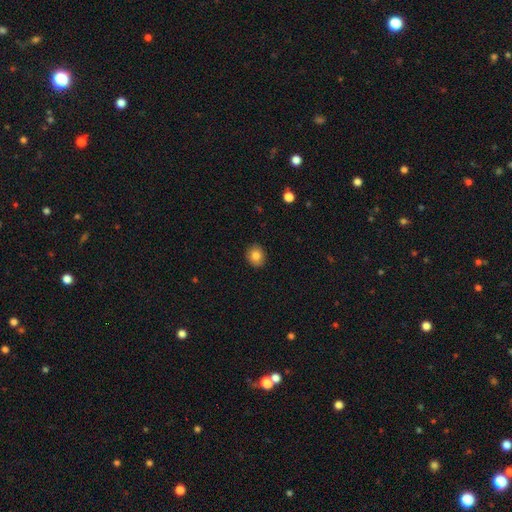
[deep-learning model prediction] Smooth or featured: smooth — 84% (star or artifact — 9%)
How rounded: round — 69% (in between — 30%)
Merging: none — 90% (minor disturbance — 7%)